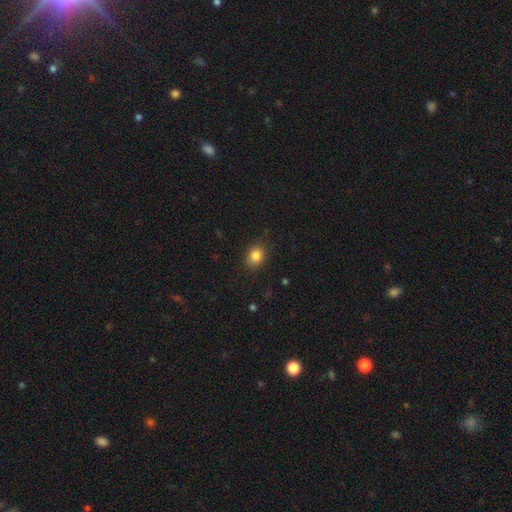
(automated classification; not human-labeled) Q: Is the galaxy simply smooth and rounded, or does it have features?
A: smooth — 83%.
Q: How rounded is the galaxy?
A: round — 58%.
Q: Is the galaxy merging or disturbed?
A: none — 79%.